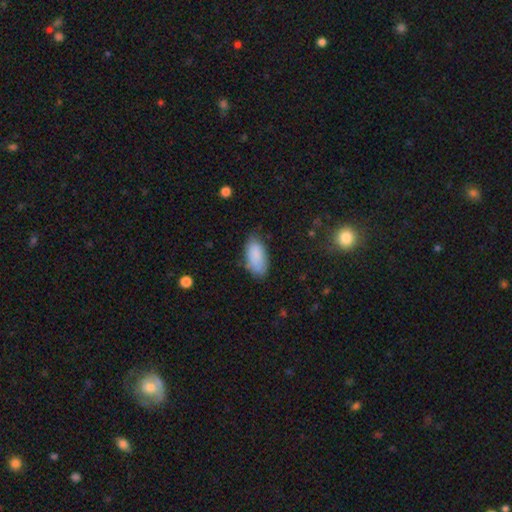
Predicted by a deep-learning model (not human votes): Q: Smooth or featured?
A: smooth (87%); runner-up: star or artifact (7%)
Q: How rounded?
A: in between (92%); runner-up: cigar-shaped (5%)
Q: Merging?
A: none (73%); runner-up: minor disturbance (21%)